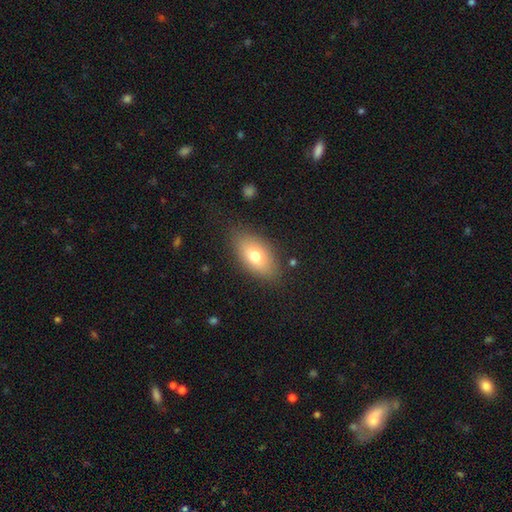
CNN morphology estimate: smooth_or_featured: smooth (p=0.73) [alt: featured or disk p=0.18]
how_rounded: in between (p=0.89) [alt: round p=0.07]
merging: none (p=0.82) [alt: minor disturbance p=0.13]